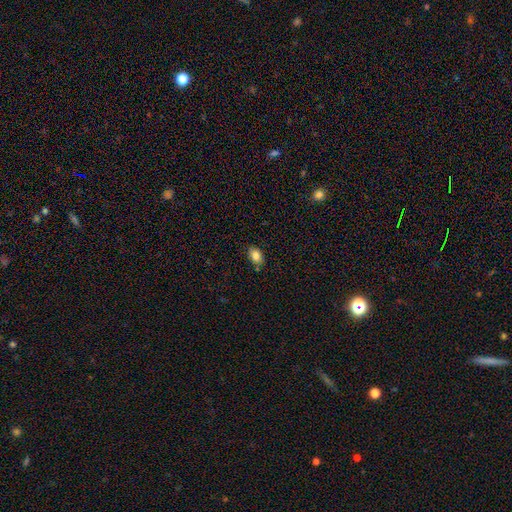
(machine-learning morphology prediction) A smooth galaxy with no disk features (82%) that is in between round and cigar-shaped (79%). Merging: none (81%).